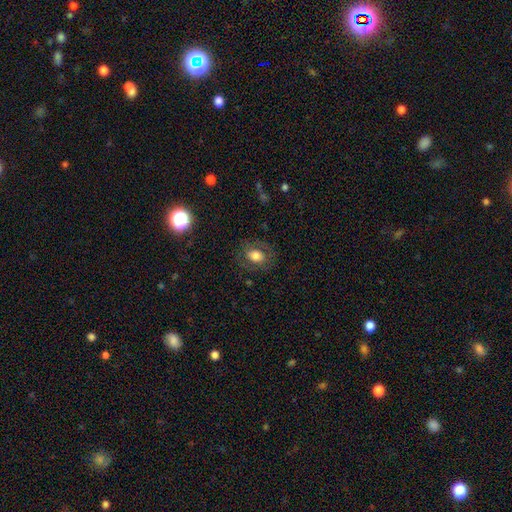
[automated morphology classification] This appears to be a smooth galaxy with no disk features (66%) that is in between round and cigar-shaped (61%). Merging: none (77%).